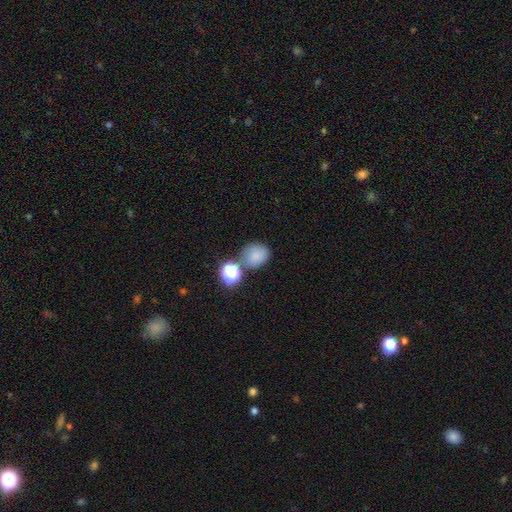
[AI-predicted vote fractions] Q: Smooth or featured?
A: smooth (75%); runner-up: star or artifact (16%)
Q: How rounded?
A: round (62%); runner-up: in between (37%)
Q: Merging?
A: none (61%); runner-up: merger (17%)